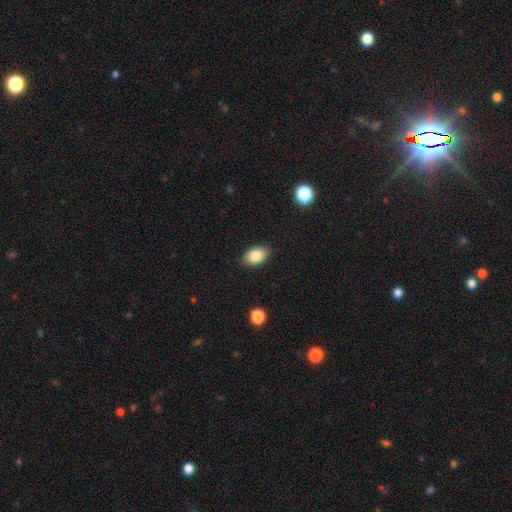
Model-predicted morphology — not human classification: The model was most divided on "how rounded": in between: 86%, round: 13%, cigar-shaped: 1%. More confident: merging — none (86%); smooth or featured — smooth (85%).